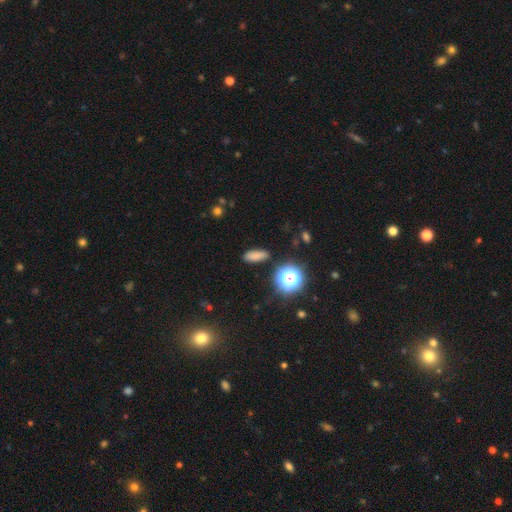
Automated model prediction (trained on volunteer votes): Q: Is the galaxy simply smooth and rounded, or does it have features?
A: smooth — 76%.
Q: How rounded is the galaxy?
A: in between — 63%.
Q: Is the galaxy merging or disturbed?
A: none — 86%.